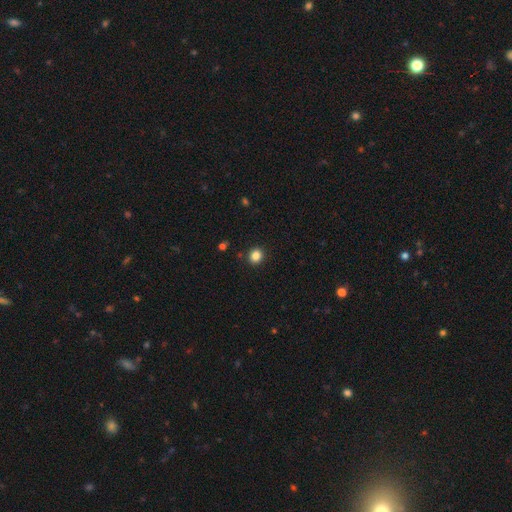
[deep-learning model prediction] This is clearly a smooth galaxy (85%). How rounded: clearly round (85%). Merging: clearly none (91%).